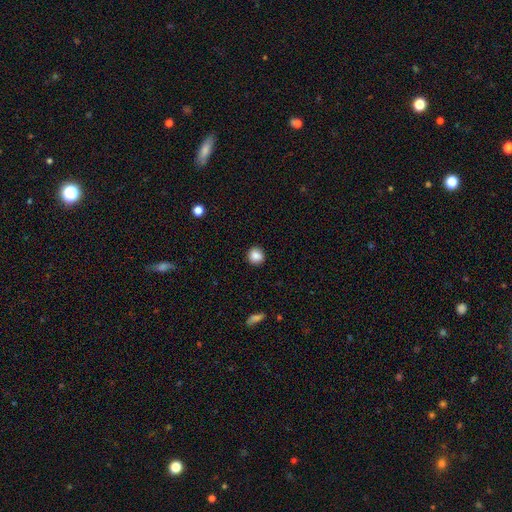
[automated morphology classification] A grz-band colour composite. It shows a smooth galaxy with no disk features (87%) that is round (90%). Merging: none (91%).